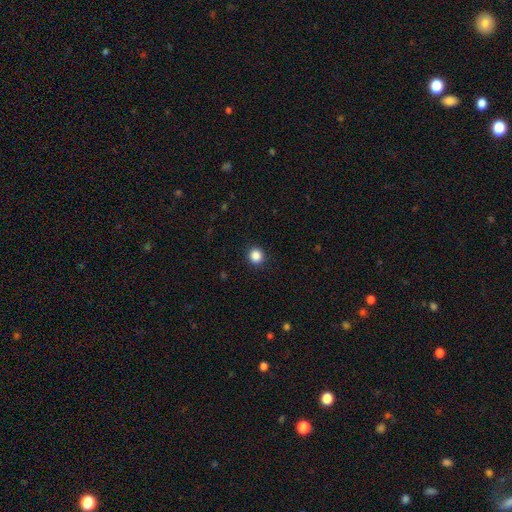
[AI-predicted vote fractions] Smooth or featured? smooth (87%)
How rounded? round (90%)
Merging? none (91%)